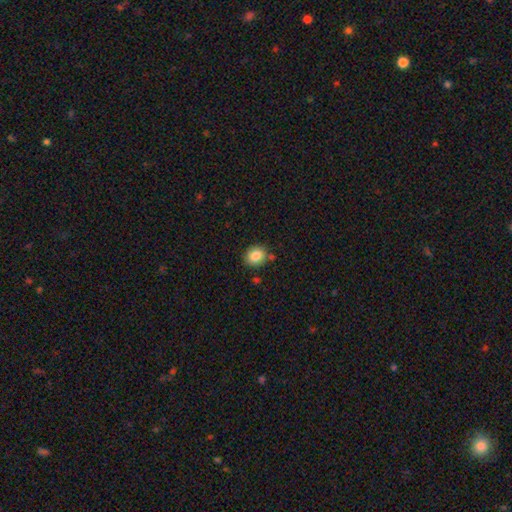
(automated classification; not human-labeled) smooth_or_featured: smooth (p=0.85) [alt: star or artifact p=0.09]
how_rounded: round (p=0.69) [alt: in between p=0.30]
merging: none (p=0.80) [alt: minor disturbance p=0.12]